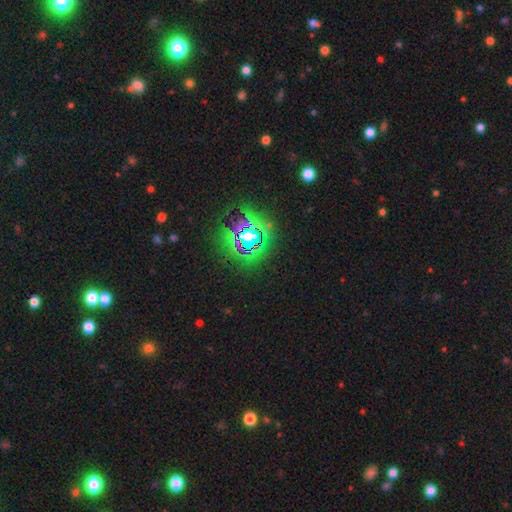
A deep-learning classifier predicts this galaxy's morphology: Smooth or featured? star or artifact (75%)